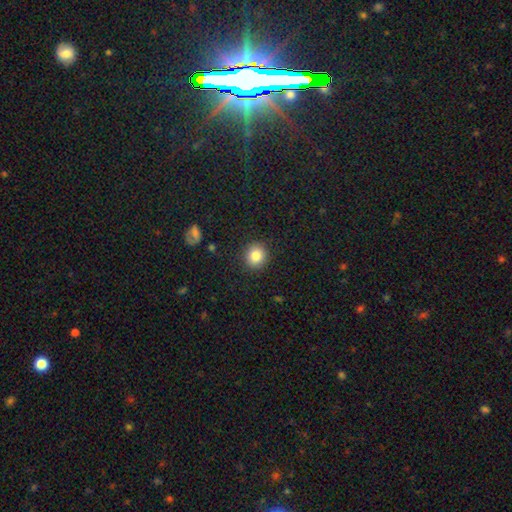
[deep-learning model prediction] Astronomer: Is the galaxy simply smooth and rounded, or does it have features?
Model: smooth — 83%.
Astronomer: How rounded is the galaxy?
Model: round — 85%.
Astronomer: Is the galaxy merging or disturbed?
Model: none — 90%.